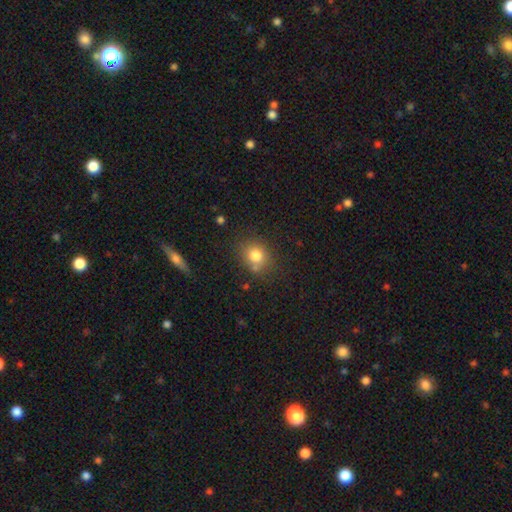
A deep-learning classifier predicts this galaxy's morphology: smooth 79%, star or artifact 12%, featured or disk 9%. Down the decision tree: how rounded — round (66%); merging — none (71%).